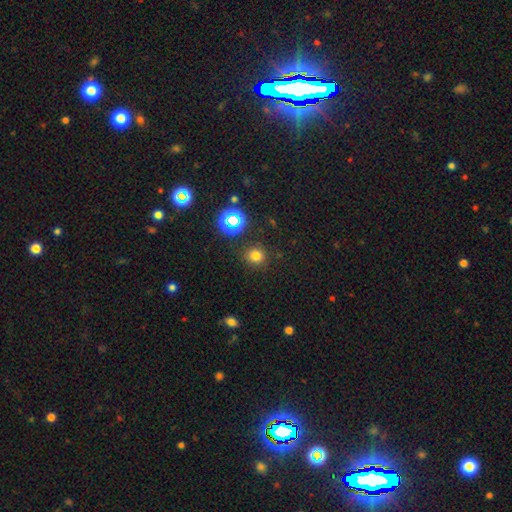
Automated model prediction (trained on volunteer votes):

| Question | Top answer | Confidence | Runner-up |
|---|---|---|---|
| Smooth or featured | smooth | 73% | star or artifact (21%) |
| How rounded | round | 88% | in between (11%) |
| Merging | none | 87% | minor disturbance (8%) |